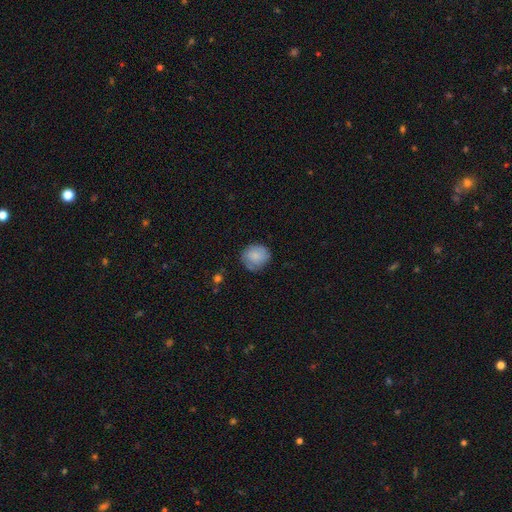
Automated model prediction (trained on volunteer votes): A smooth galaxy with no disk features (79%) that is round (87%).

Vote fractions:
- Smooth or featured? smooth: 79% / featured or disk: 13% / star or artifact: 7%
- How rounded? round: 87% / in between: 12% / cigar-shaped: 1%
- Merging? none: 74% / minor disturbance: 20% / major disturbance: 5% / merger: 1%